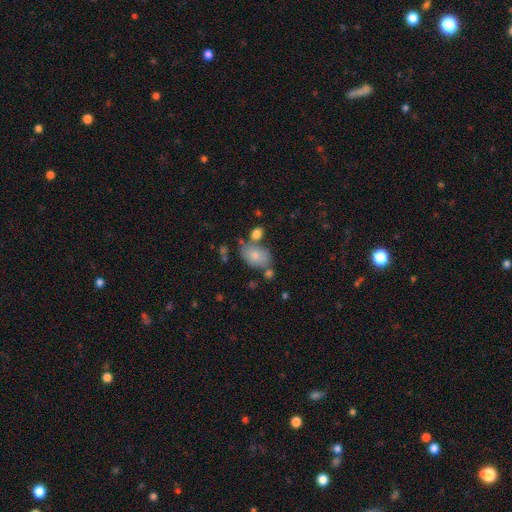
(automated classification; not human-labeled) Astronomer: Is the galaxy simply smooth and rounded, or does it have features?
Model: smooth — 78%.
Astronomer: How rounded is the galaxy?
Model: in between — 86%.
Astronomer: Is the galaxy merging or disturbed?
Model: none — 57%.